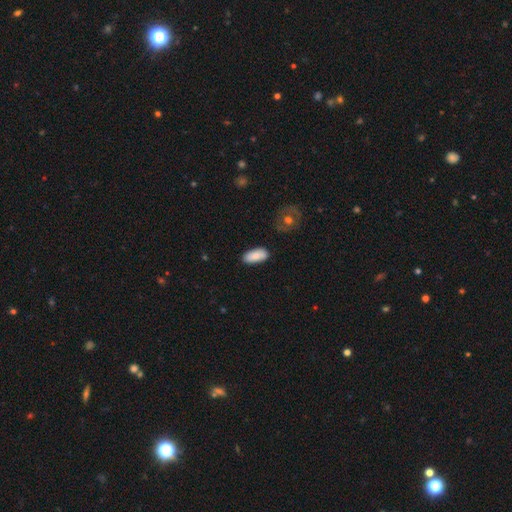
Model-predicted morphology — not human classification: Smooth or featured?
  - smooth: 85% *
  - featured or disk: 9%
  - star or artifact: 6%
How rounded?
  - in between: 88% *
  - cigar-shaped: 10%
  - round: 2%
Merging?
  - none: 83% *
  - minor disturbance: 12%
  - major disturbance: 2%
  - merger: 2%